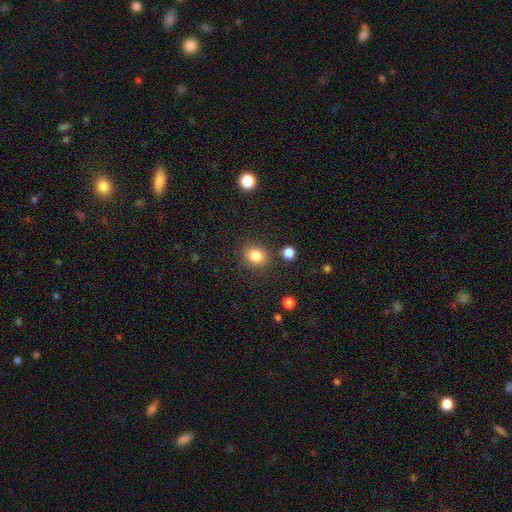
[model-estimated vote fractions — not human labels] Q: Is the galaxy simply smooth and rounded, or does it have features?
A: smooth — 83%.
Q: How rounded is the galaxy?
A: round — 65%.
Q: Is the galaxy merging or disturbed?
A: none — 84%.